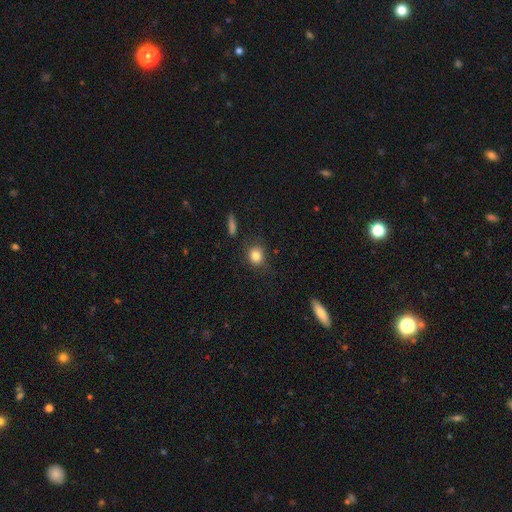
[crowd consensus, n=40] Overall: smooth (75%). How rounded: round (57%; in between 40%). Merging: none (75%).